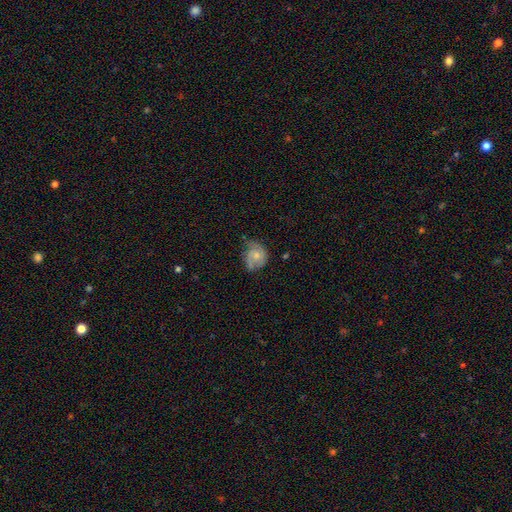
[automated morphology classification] Smooth or featured? featured or disk (59%)
Edge-on disk? no (97%)
Bar? no (74%)
Spiral arms? yes (86%)
Bulge size? small (50%)
Merging? none (51%)